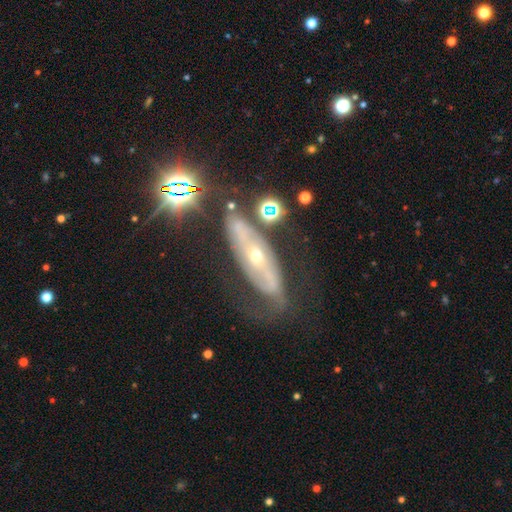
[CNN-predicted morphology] This appears to be a featured or disk galaxy (73%) with no bar (67%), spiral arms (67%) and a small central bulge (60%). Merging: none (54%).